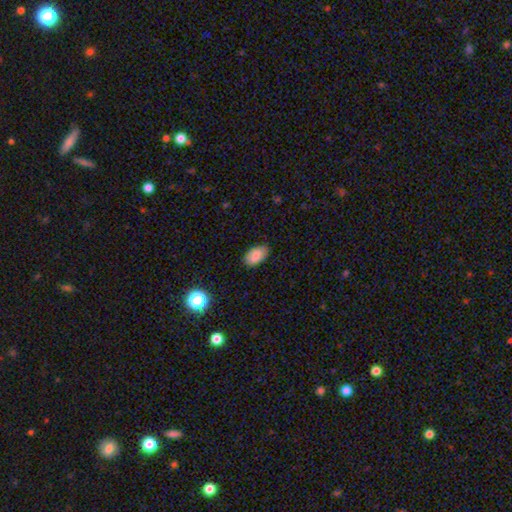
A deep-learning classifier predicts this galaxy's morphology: The model was most divided on "merging": none: 84%, minor disturbance: 13%, major disturbance: 2%, merger: 1%. More confident: how rounded — in between (94%); smooth or featured — smooth (85%).